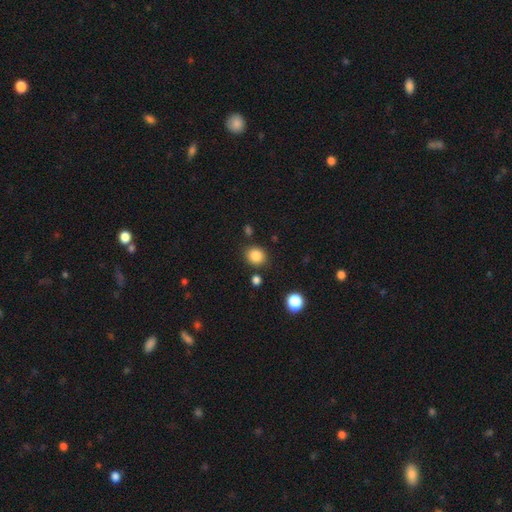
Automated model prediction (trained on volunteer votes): Smooth or featured: smooth — 84% (star or artifact — 11%)
How rounded: round — 78% (in between — 21%)
Merging: none — 85% (minor disturbance — 9%)